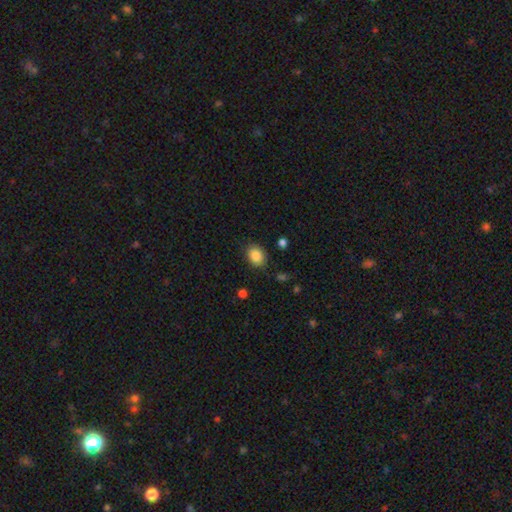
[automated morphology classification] smooth-or-featured: smooth: 87% | star or artifact: 8% | featured or disk: 5%
  how-rounded: in between: 66% | round: 33% | cigar-shaped: 1%
  merging: none: 82% | minor disturbance: 13% | major disturbance: 3% | merger: 2%